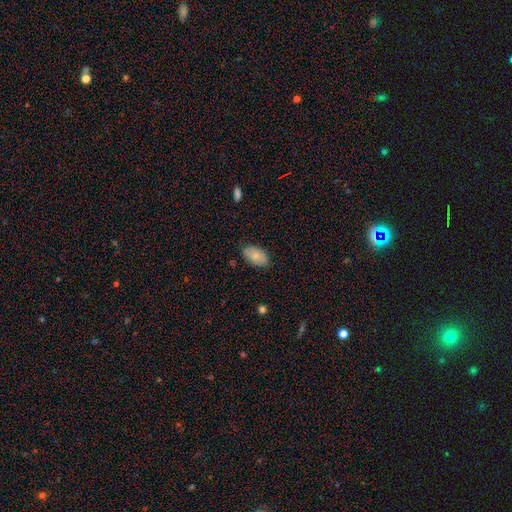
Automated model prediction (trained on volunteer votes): smooth 74%, featured or disk 20%, star or artifact 7%. Down the decision tree: how rounded — in between (93%); merging — none (80%).